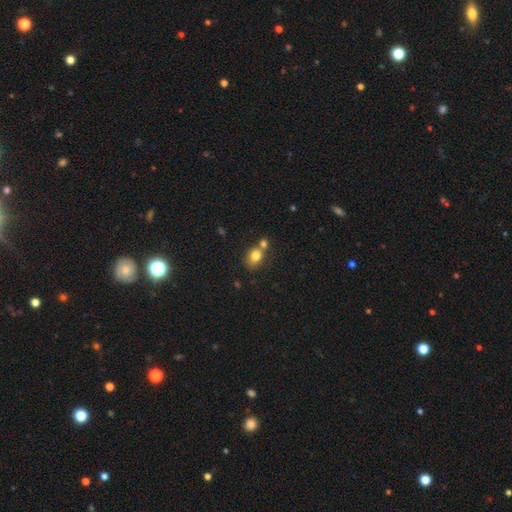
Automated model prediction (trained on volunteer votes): Smooth or featured?
  - smooth: 79% *
  - featured or disk: 11%
  - star or artifact: 10%
How rounded?
  - in between: 51% *
  - round: 48%
  - cigar-shaped: 1%
Merging?
  - none: 45% *
  - merger: 39%
  - minor disturbance: 11%
  - major disturbance: 4%